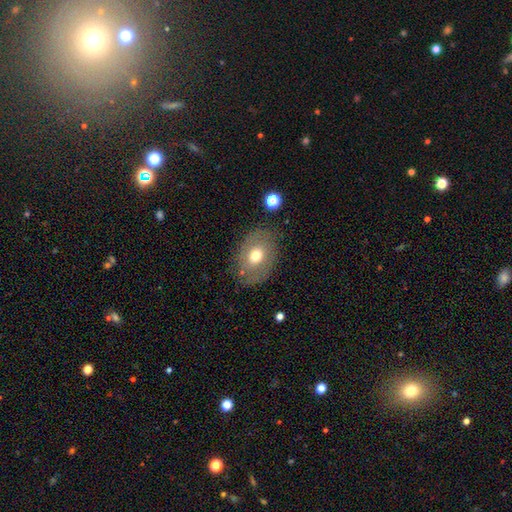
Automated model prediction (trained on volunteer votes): Smooth or featured? smooth (60%)
How rounded? in between (74%)
Merging? none (78%)